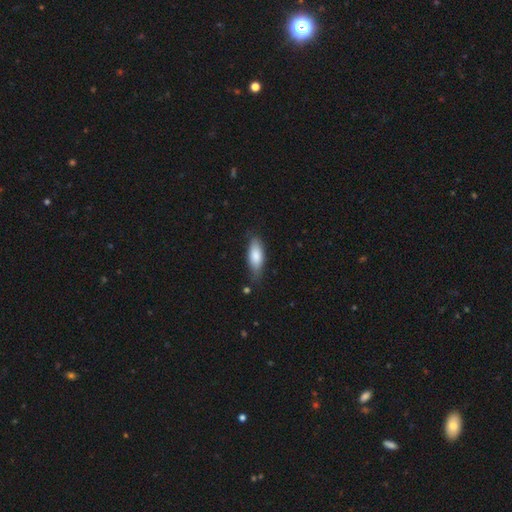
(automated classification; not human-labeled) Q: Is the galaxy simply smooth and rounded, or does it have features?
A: smooth — 81%.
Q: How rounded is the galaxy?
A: in between — 71%.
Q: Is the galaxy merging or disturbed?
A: none — 71%.